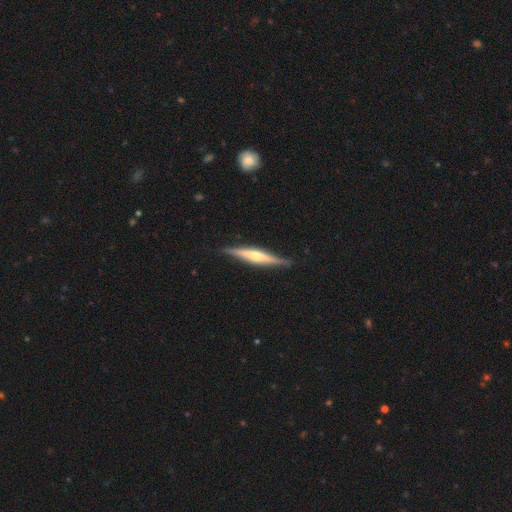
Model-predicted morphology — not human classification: Q: Smooth or featured?
A: featured or disk (72%); runner-up: smooth (23%)
Q: Edge-on disk?
A: yes (97%); runner-up: no (3%)
Q: Edge-on bulge?
A: rounded (74%); runner-up: none (14%)
Q: Merging?
A: none (87%); runner-up: minor disturbance (10%)